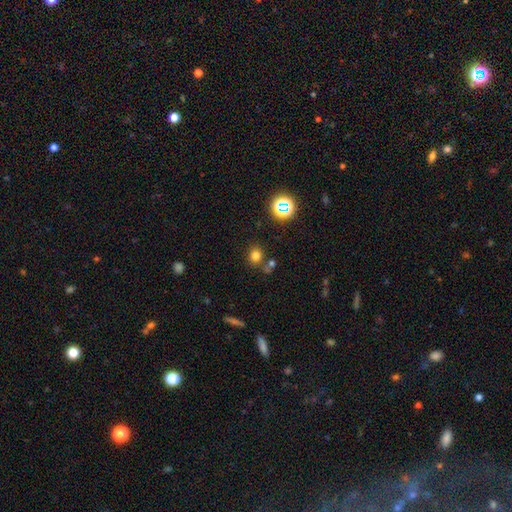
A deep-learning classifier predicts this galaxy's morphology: smooth_or_featured: smooth (p=0.74) [alt: star or artifact p=0.20]
how_rounded: round (p=0.75) [alt: in between p=0.24]
merging: none (p=0.73) [alt: merger p=0.13]